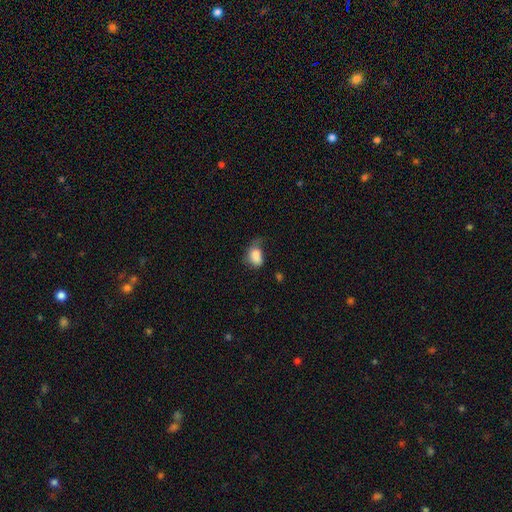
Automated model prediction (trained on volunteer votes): Smooth or featured?
  - smooth: 81% *
  - featured or disk: 10%
  - star or artifact: 8%
How rounded?
  - in between: 81% *
  - round: 18%
  - cigar-shaped: 2%
Merging?
  - major disturbance: 35% *
  - minor disturbance: 34%
  - none: 27%
  - merger: 5%